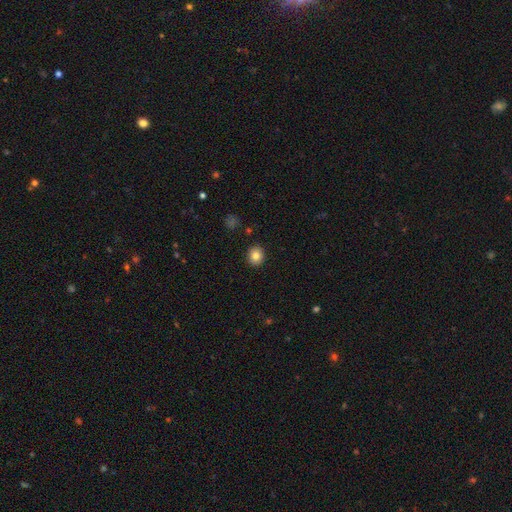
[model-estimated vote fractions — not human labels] Morphology: type=smooth (83%); roundness=round (79%); merging=none (91%).